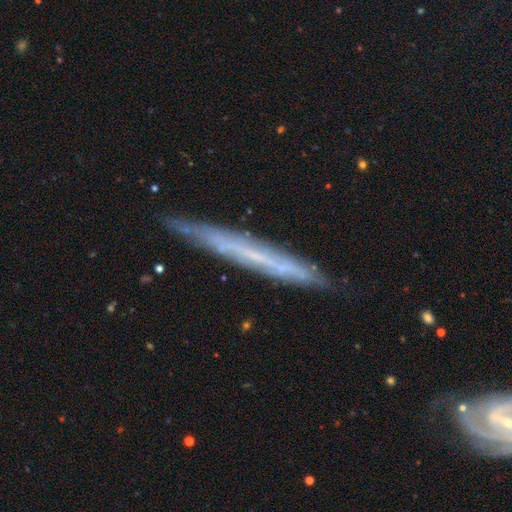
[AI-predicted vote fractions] This appears to be a featured or disk galaxy (63%) viewed edge-on (86%) with no central bulge (89%). Merging: none (82%).